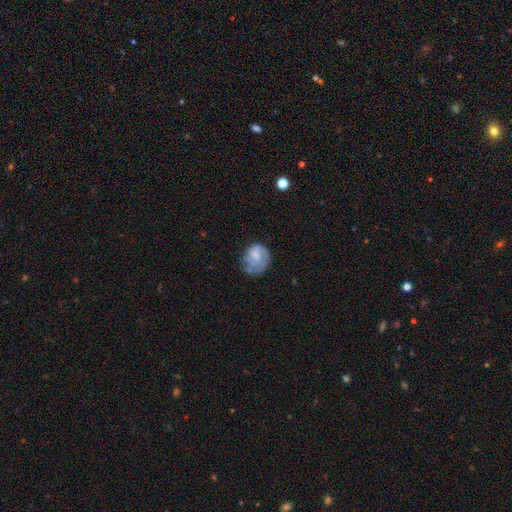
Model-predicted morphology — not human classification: smooth 53%, featured or disk 39%, star or artifact 8%. Down the decision tree: how rounded — round (68%); merging — none (48%).